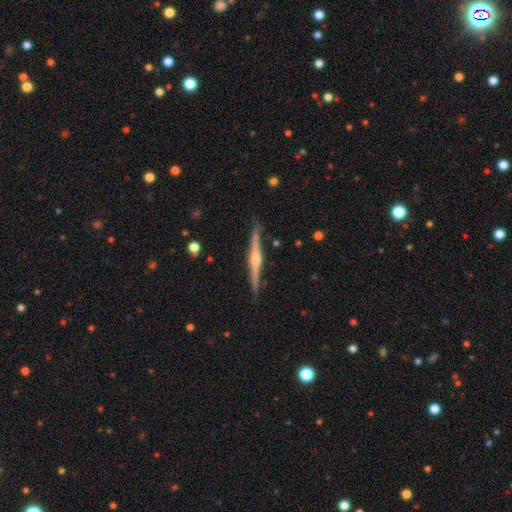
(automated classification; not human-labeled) This is clearly a featured or disk galaxy (83%). It is clearly viewed edge-on (98%). Edge-on bulge: clearly rounded (88%). Merging: clearly none (91%).